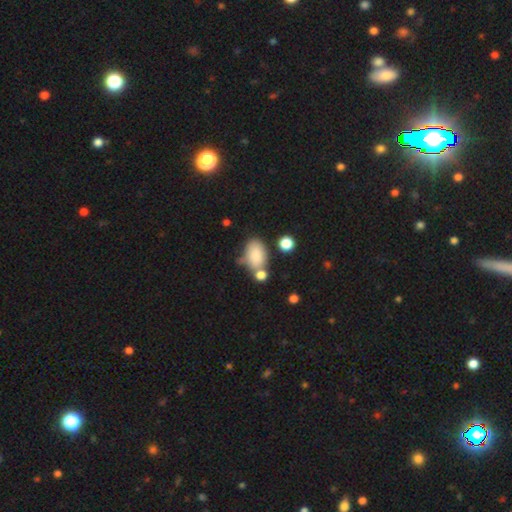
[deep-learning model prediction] Smooth or featured: smooth — 81% (featured or disk — 10%)
How rounded: in between — 87% (round — 11%)
Merging: none — 43% (merger — 25%)